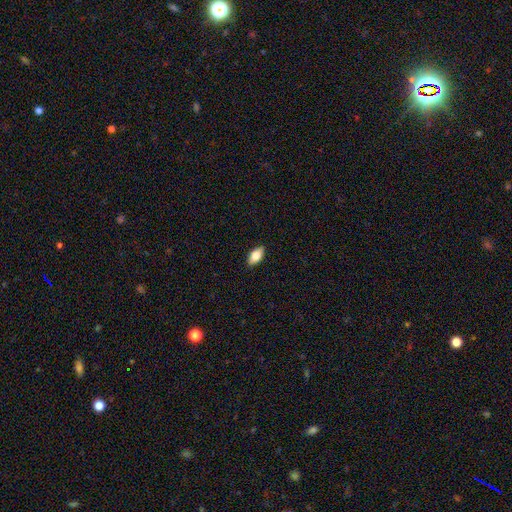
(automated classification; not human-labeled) Smooth or featured? Predicted: smooth (p=0.76). How rounded? Predicted: in between (p=0.88). Merging? Predicted: none (p=0.89).